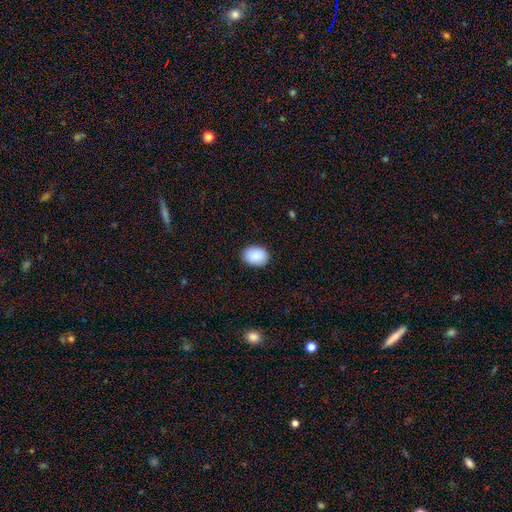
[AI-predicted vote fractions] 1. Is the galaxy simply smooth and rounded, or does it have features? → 90% smooth, 7% star or artifact, 3% featured or disk.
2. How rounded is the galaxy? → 71% in between, 28% round, 1% cigar-shaped.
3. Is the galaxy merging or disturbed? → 88% none, 9% minor disturbance, 2% major disturbance, 1% merger.